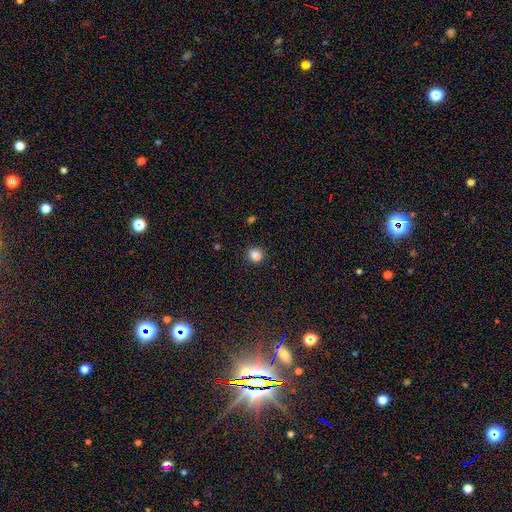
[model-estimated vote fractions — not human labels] Overall: smooth (85%). How rounded: round (63%; in between 36%). Merging: none (84%).